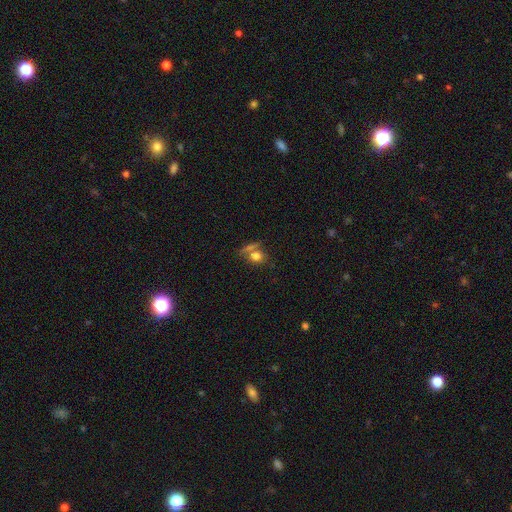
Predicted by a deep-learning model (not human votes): Smooth or featured?
  - smooth: 73% *
  - star or artifact: 14%
  - featured or disk: 13%
How rounded?
  - round: 65% *
  - in between: 30%
  - cigar-shaped: 5%
Merging?
  - none: 54% *
  - merger: 28%
  - minor disturbance: 11%
  - major disturbance: 7%